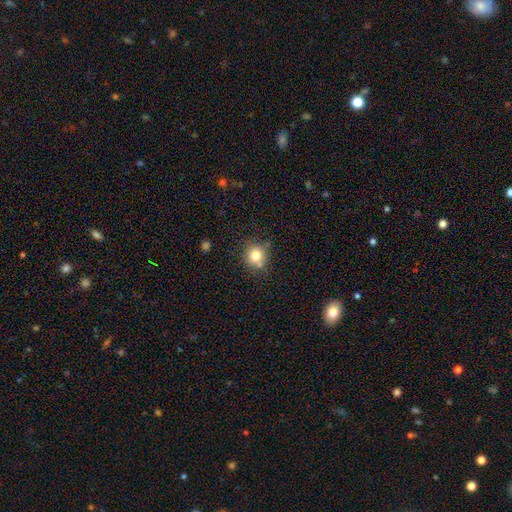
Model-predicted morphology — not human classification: This appears to be a smooth galaxy with no disk features (79%) that is round (87%). Merging: none (75%).